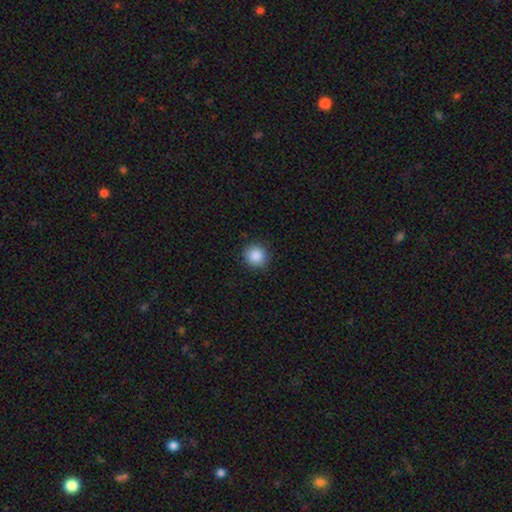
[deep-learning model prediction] Smooth or featured? smooth (88%)
How rounded? round (92%)
Merging? none (90%)